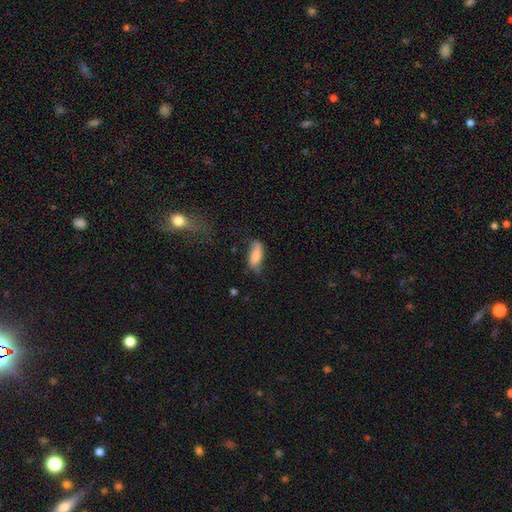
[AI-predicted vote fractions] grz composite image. It shows a smooth galaxy with no disk features (75%) that is in between round and cigar-shaped (70%). Merging: none (56%).